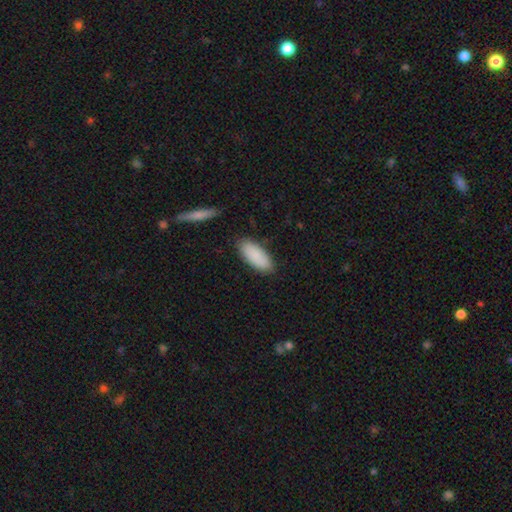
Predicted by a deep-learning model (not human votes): smooth 88%, star or artifact 6%, featured or disk 6%. Down the decision tree: how rounded — in between (81%); merging — none (84%).